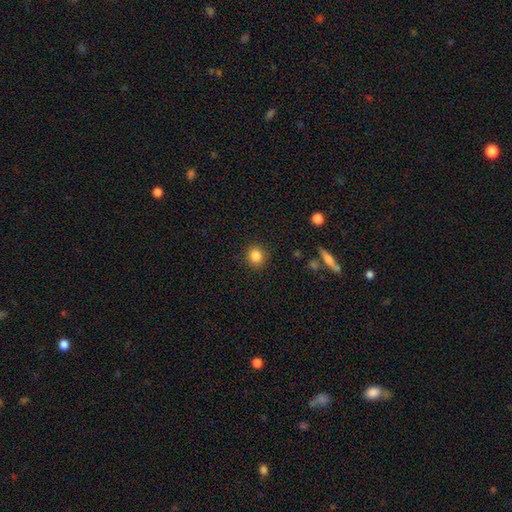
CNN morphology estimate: smooth 85%, star or artifact 11%, featured or disk 5%. Down the decision tree: how rounded — round (84%); merging — none (89%).